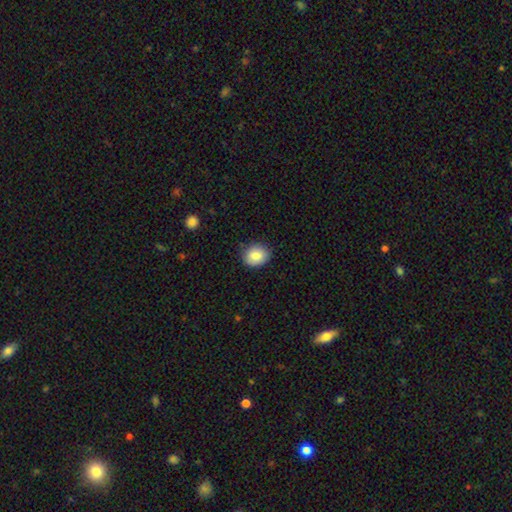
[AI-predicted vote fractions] This is clearly a smooth galaxy (85%). How rounded: possibly round (57%). Merging: clearly none (84%).